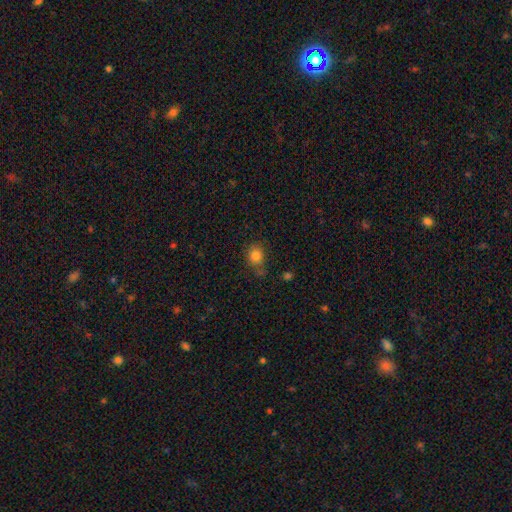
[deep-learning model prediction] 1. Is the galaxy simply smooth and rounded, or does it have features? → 82% smooth, 12% star or artifact, 6% featured or disk.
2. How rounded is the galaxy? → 67% round, 32% in between, 1% cigar-shaped.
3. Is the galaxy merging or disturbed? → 67% none, 20% minor disturbance, 8% merger, 5% major disturbance.